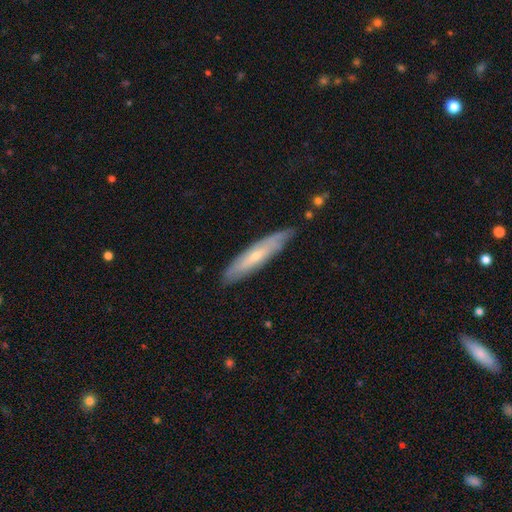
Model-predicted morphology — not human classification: Smooth or featured? featured or disk (56%)
Edge-on disk? yes (57%)
Merging? none (79%)